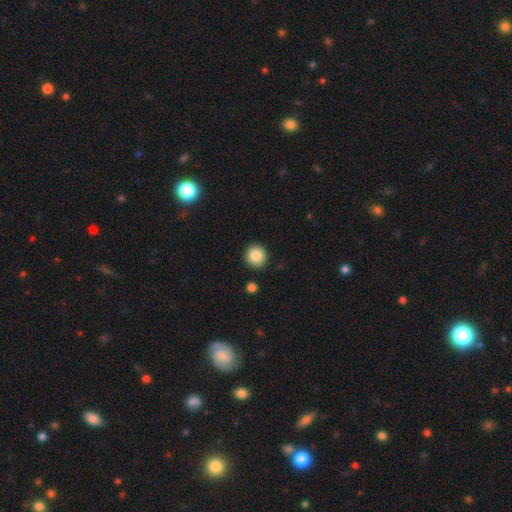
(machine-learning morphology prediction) smooth_or_featured: smooth (p=0.85) [alt: star or artifact p=0.09]
how_rounded: round (p=0.94) [alt: in between p=0.05]
merging: none (p=0.91) [alt: minor disturbance p=0.05]